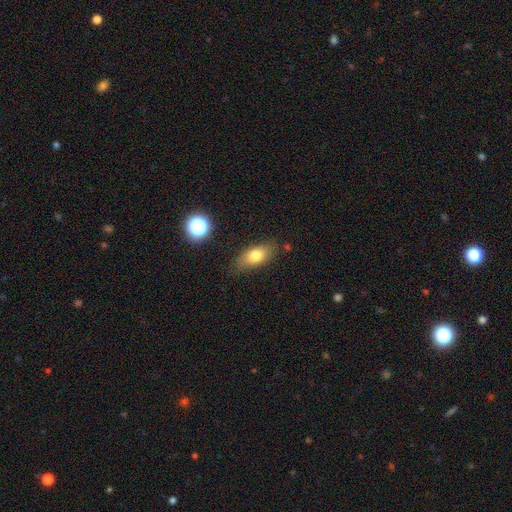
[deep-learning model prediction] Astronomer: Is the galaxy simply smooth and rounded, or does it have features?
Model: smooth — 77%.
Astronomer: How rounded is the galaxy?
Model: in between — 83%.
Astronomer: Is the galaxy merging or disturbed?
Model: none — 79%.